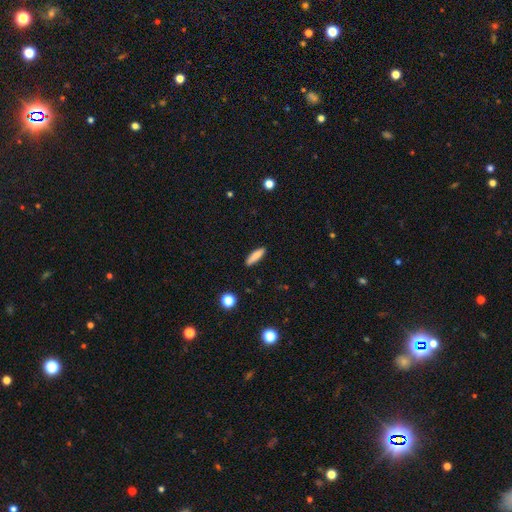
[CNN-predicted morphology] Smooth or featured? smooth (84%)
How rounded? cigar-shaped (66%)
Merging? none (88%)